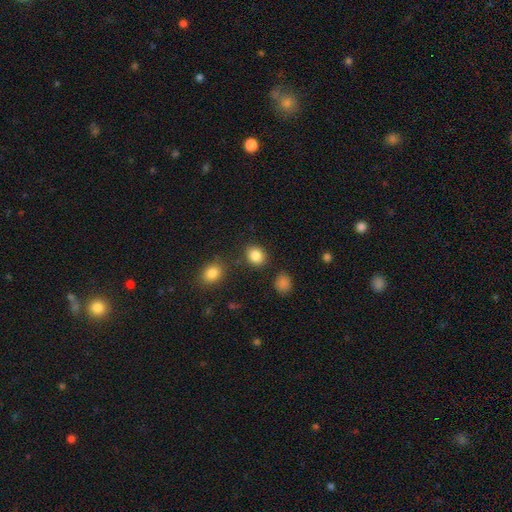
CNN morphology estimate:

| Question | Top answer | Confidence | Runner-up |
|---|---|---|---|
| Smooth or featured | smooth | 86% | star or artifact (10%) |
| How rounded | round | 58% | in between (41%) |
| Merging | none | 82% | minor disturbance (10%) |